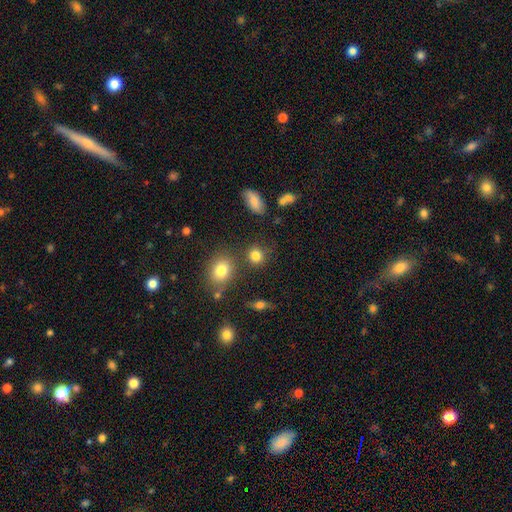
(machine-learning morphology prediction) Smooth or featured: smooth — 82% (star or artifact — 12%)
How rounded: round — 81% (in between — 18%)
Merging: none — 77% (minor disturbance — 11%)